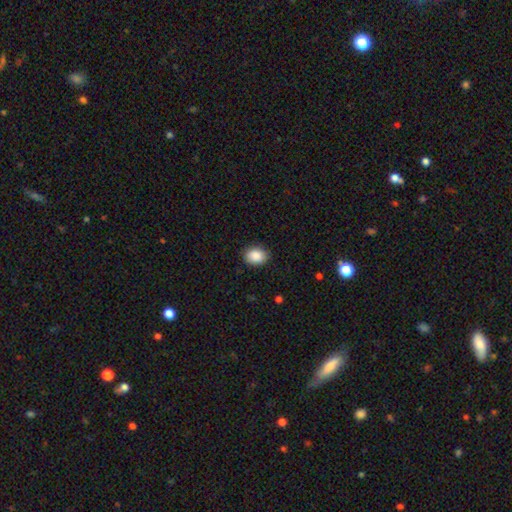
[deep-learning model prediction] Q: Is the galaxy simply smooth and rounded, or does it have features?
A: smooth — 89%.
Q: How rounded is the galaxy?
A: in between — 67%.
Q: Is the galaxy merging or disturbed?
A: none — 86%.